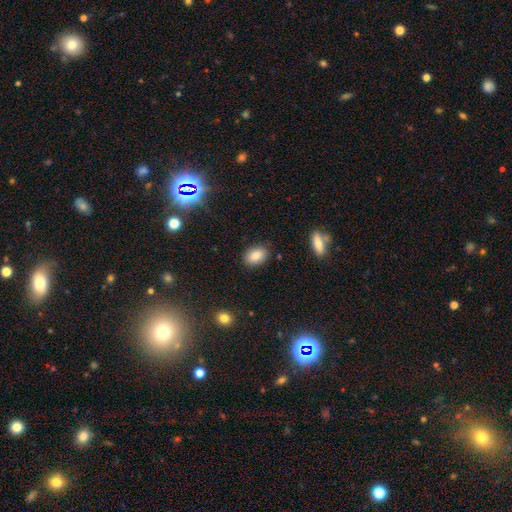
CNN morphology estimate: smooth 86%, star or artifact 8%, featured or disk 6%. Down the decision tree: how rounded — in between (85%); merging — none (86%).